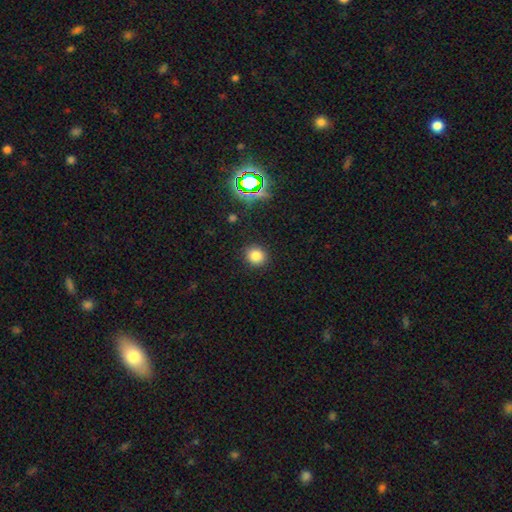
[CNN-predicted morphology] smooth_or_featured: smooth (p=0.81) [alt: star or artifact p=0.15]
how_rounded: round (p=0.82) [alt: in between p=0.17]
merging: none (p=0.90) [alt: minor disturbance p=0.07]